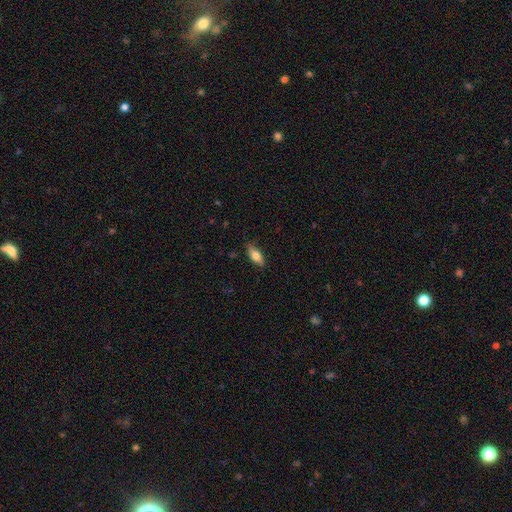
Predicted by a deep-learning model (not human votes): Overall: smooth (73%). How rounded: in between (75%). Merging: none (81%).